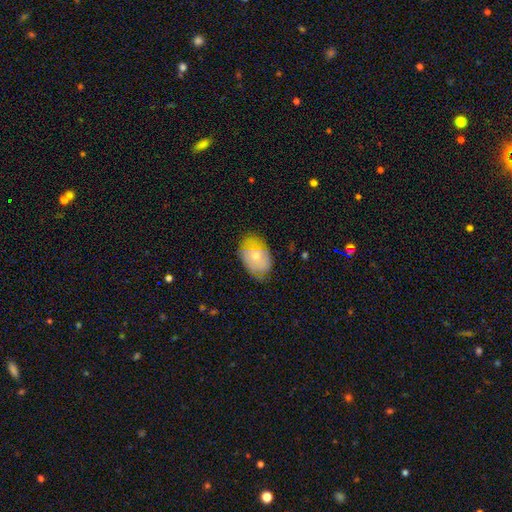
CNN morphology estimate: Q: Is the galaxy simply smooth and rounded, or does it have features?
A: smooth — 58%.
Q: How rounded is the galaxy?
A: in between — 83%.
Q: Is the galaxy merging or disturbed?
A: none — 65%.